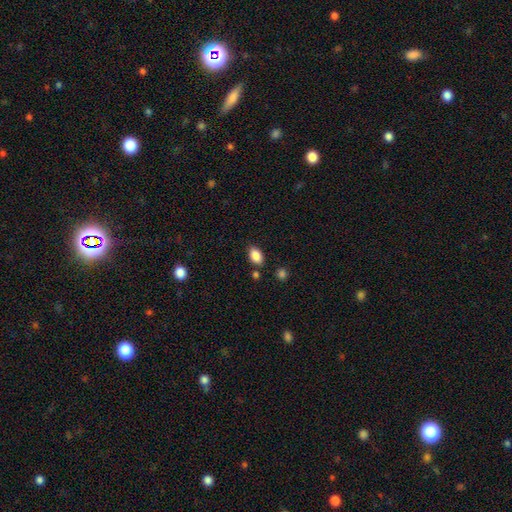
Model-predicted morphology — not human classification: smooth-or-featured: smooth: 87% | star or artifact: 8% | featured or disk: 5%
  how-rounded: in between: 87% | round: 11% | cigar-shaped: 2%
  merging: none: 81% | minor disturbance: 12% | merger: 5% | major disturbance: 3%